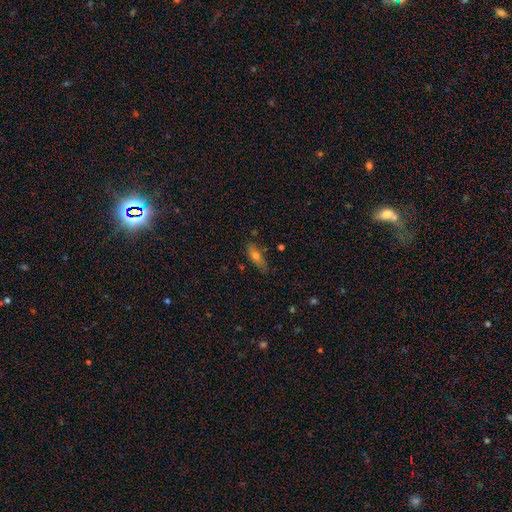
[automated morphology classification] Overall: smooth (60%; featured or disk 30%). How rounded: in between (55%; cigar-shaped 42%). Merging: none (78%).